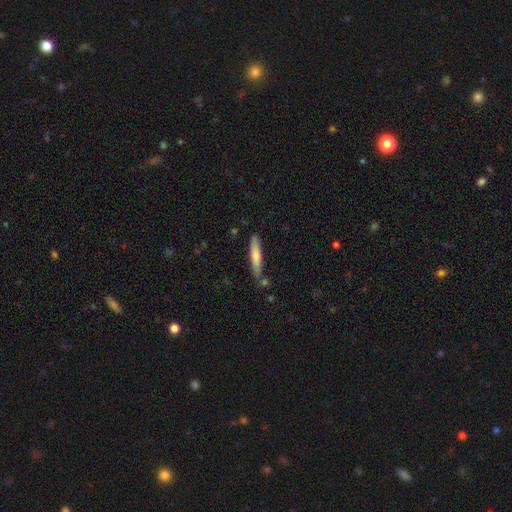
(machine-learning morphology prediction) Smooth or featured? smooth (72%)
How rounded? cigar-shaped (90%)
Merging? none (79%)